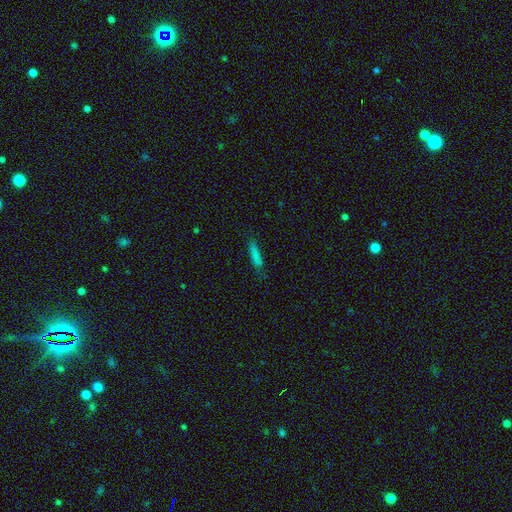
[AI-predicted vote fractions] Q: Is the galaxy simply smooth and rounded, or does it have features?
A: smooth — 81%.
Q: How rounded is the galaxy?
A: cigar-shaped — 83%.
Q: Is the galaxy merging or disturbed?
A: none — 75%.